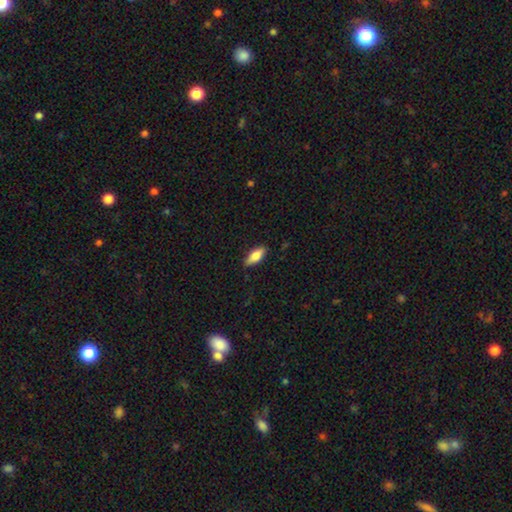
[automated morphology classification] A smooth galaxy with no disk features (72%) that is in between round and cigar-shaped (73%).

Vote fractions:
- Smooth or featured? smooth: 72% / featured or disk: 22% / star or artifact: 6%
- How rounded? in between: 73% / cigar-shaped: 24% / round: 3%
- Merging? none: 85% / minor disturbance: 11% / major disturbance: 2% / merger: 1%